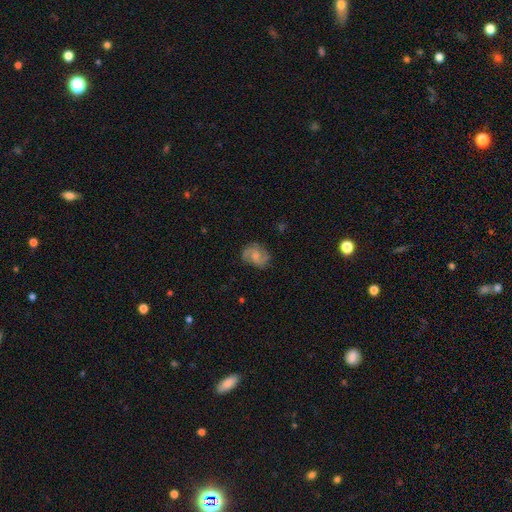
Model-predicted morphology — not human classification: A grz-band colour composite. It shows a featured or disk galaxy (71%) with no bar (55%), 2 (79%) medium (52%) spiral arms (94%) and a moderate central bulge (34%). Merging: none (74%).